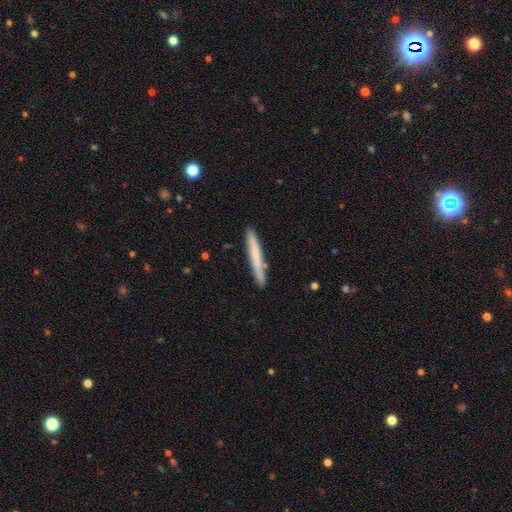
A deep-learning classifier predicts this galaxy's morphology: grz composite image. It shows a smooth galaxy with no disk features (63%) that is cigar-shaped (96%). Merging: none (88%).